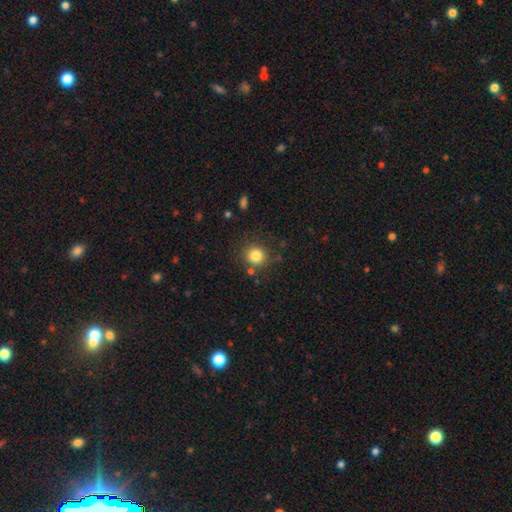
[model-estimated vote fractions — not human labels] smooth-or-featured: smooth: 82% | star or artifact: 12% | featured or disk: 6%
  how-rounded: round: 91% | in between: 8% | cigar-shaped: 1%
  merging: none: 83% | minor disturbance: 9% | merger: 4% | major disturbance: 3%